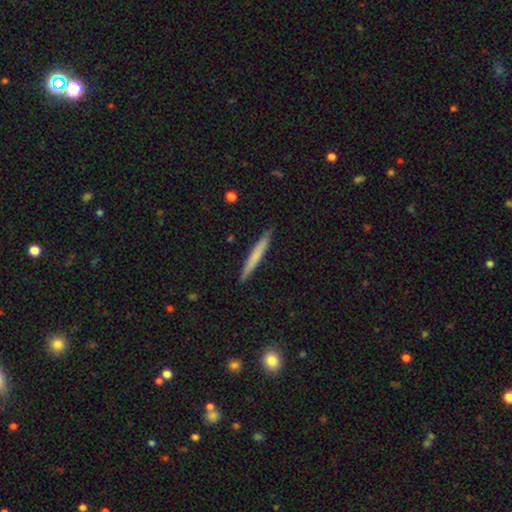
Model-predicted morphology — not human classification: This appears to be a smooth galaxy with no disk features (64%) that is cigar-shaped (96%). Merging: none (90%).